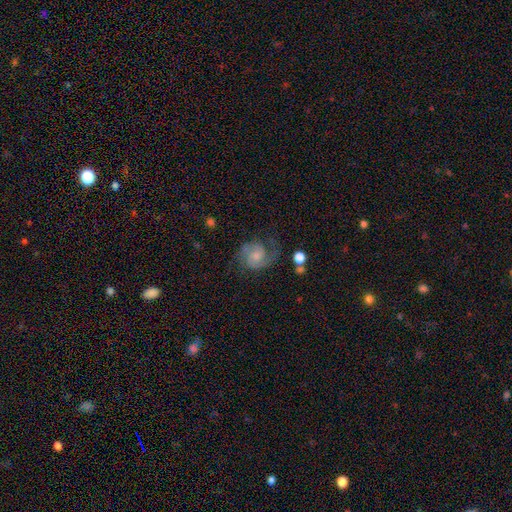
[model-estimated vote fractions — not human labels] This appears to be a featured or disk galaxy (79%) with no bar (67%), 2 (85%) medium (50%) spiral arms (96%) and a small central bulge (42%). Merging: none (62%).